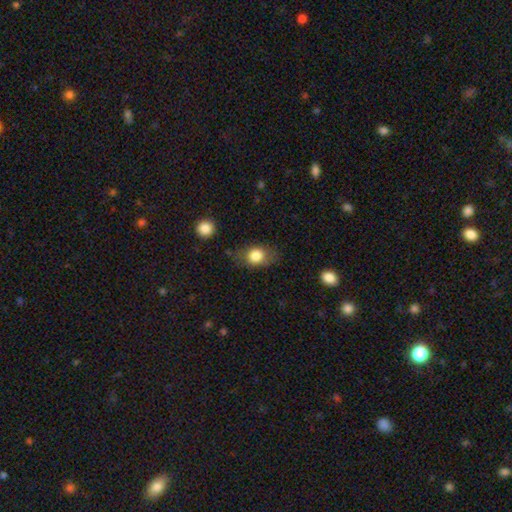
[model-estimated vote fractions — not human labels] Smooth or featured? smooth (79%)
How rounded? in between (63%)
Merging? none (70%)